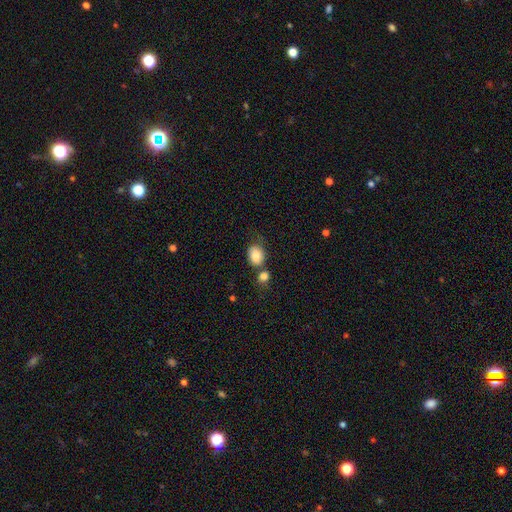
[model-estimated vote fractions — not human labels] Q: Smooth or featured?
A: smooth (83%); runner-up: featured or disk (9%)
Q: How rounded?
A: in between (55%); runner-up: round (43%)
Q: Merging?
A: none (49%); runner-up: merger (28%)